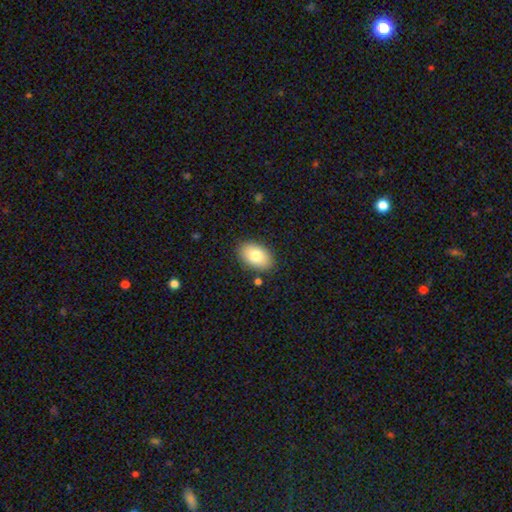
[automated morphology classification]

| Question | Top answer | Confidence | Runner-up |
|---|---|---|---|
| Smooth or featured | smooth | 79% | featured or disk (14%) |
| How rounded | in between | 89% | round (10%) |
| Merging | none | 85% | minor disturbance (10%) |